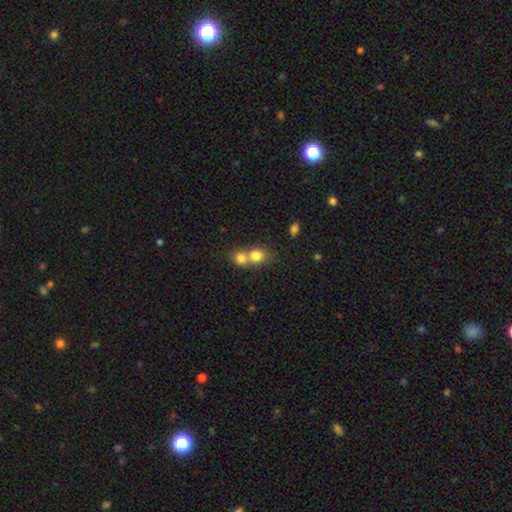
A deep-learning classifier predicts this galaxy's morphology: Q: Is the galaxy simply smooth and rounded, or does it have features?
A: smooth — 78%.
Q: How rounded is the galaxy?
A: round — 75%.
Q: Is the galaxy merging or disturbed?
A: merger — 65%.